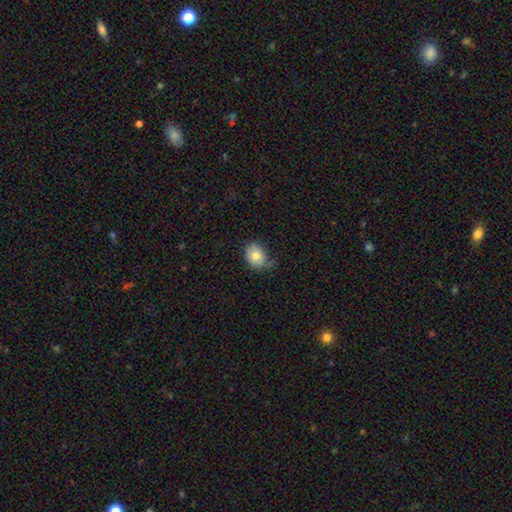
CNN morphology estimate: smooth-or-featured: smooth: 79% | featured or disk: 12% | star or artifact: 9%
  how-rounded: in between: 57% | round: 42% | cigar-shaped: 1%
  merging: none: 56% | minor disturbance: 33% | major disturbance: 8% | merger: 3%